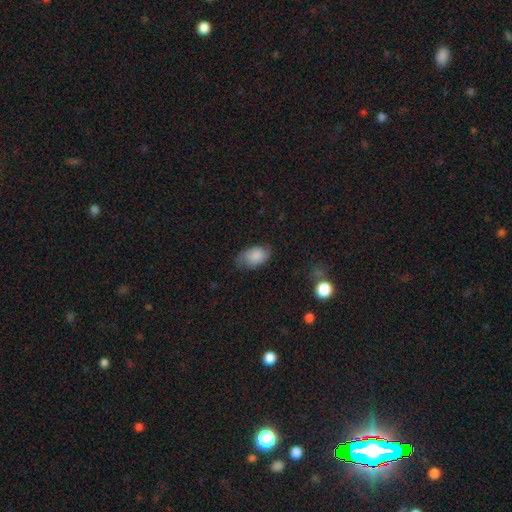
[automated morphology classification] Smooth or featured?
  - smooth: 78% *
  - featured or disk: 14%
  - star or artifact: 8%
How rounded?
  - in between: 90% *
  - round: 9%
  - cigar-shaped: 1%
Merging?
  - none: 64% *
  - minor disturbance: 27%
  - major disturbance: 8%
  - merger: 1%